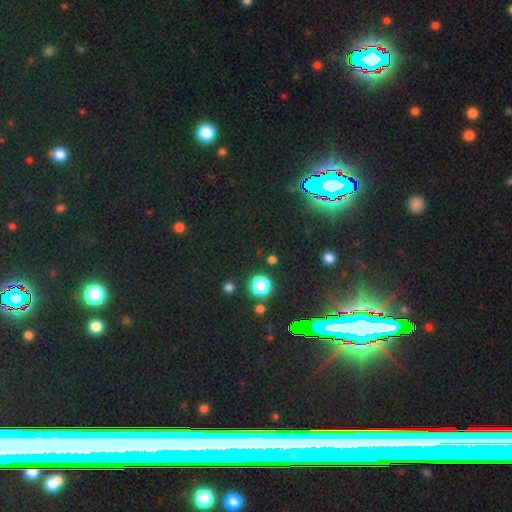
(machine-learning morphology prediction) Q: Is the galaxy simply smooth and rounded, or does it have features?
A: star or artifact — 81%.